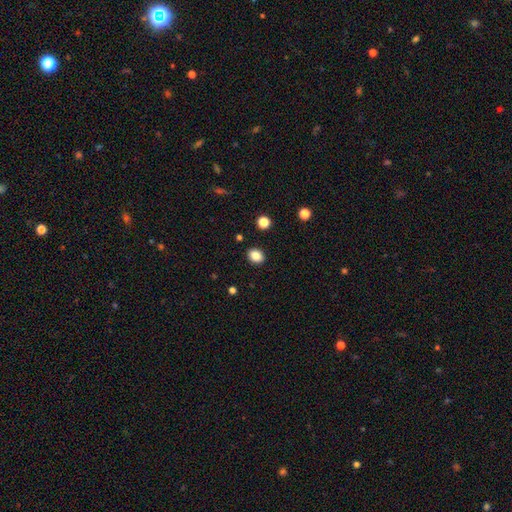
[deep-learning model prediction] Overall: smooth (85%). How rounded: in between (51%; round 48%). Merging: none (90%).